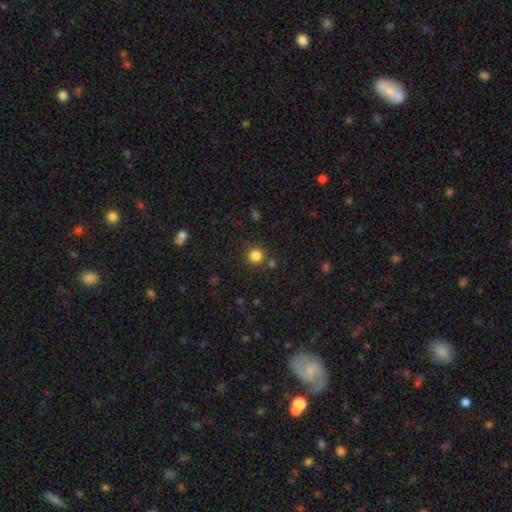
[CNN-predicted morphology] Q: Smooth or featured?
A: smooth (83%); runner-up: star or artifact (12%)
Q: How rounded?
A: round (94%); runner-up: in between (6%)
Q: Merging?
A: none (83%); runner-up: minor disturbance (7%)